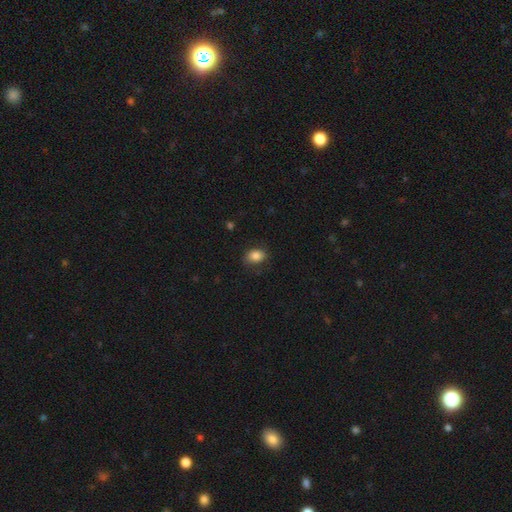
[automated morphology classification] This is clearly a smooth galaxy (85%). How rounded: likely in between (74%). Merging: likely none (79%).